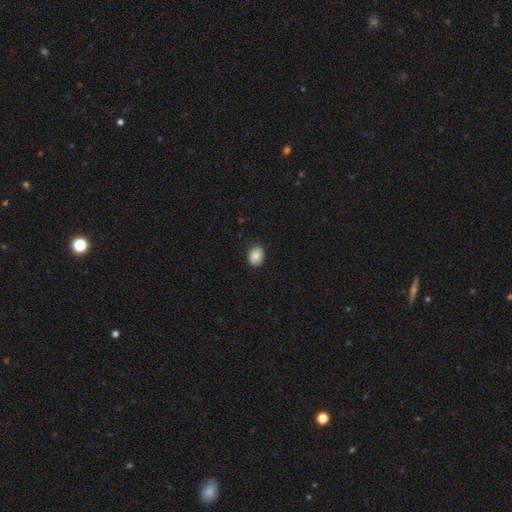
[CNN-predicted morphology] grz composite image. It shows a smooth galaxy with no disk features (87%) that is in between round and cigar-shaped (58%). Merging: none (86%).